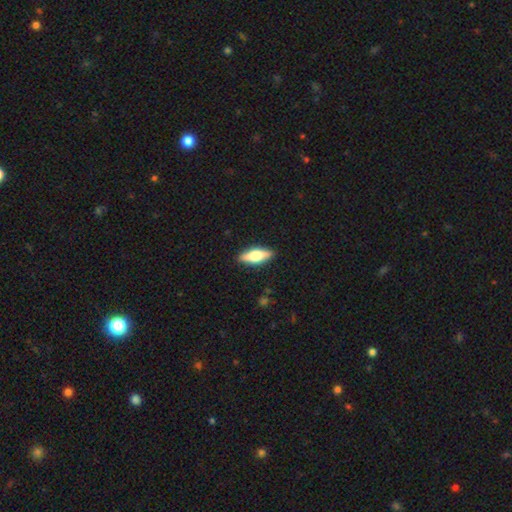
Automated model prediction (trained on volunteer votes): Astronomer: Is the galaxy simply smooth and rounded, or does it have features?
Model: smooth — 60%.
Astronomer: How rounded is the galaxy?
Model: in between — 63%.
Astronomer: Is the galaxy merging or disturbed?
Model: none — 89%.